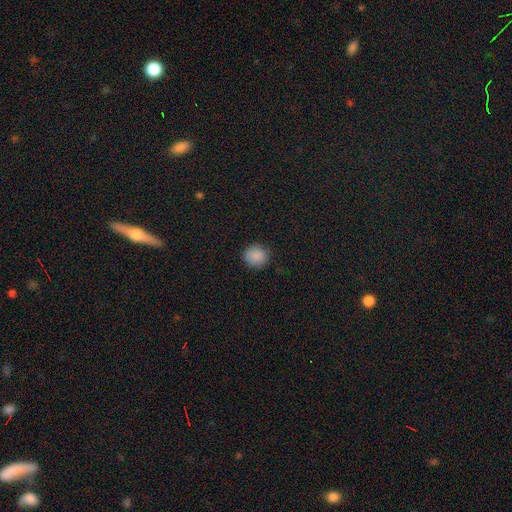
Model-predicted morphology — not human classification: This is clearly a smooth galaxy (88%). How rounded: clearly round (90%). Merging: clearly none (89%).